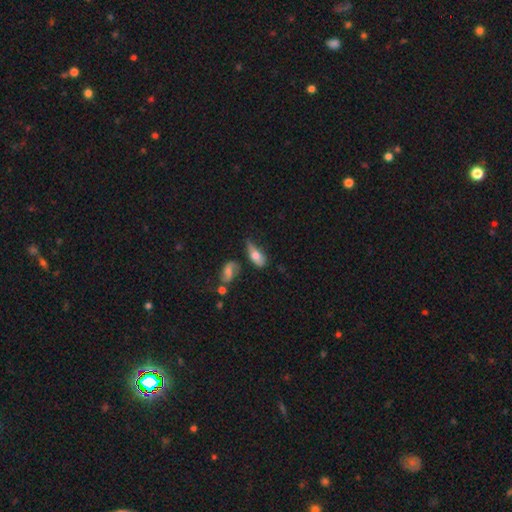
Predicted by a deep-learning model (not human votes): Overall: smooth (65%; featured or disk 27%). How rounded: in between (78%). Merging: none (34%, tied with minor disturbance).